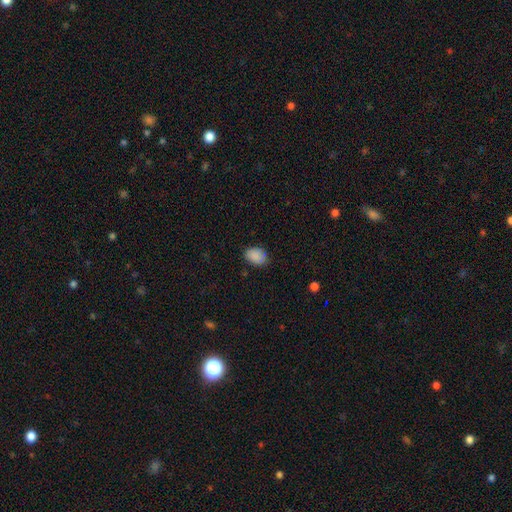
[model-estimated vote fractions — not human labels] The model was most divided on "how rounded": in between: 75%, round: 24%, cigar-shaped: 1%. More confident: smooth or featured — smooth (84%); merging — none (73%).